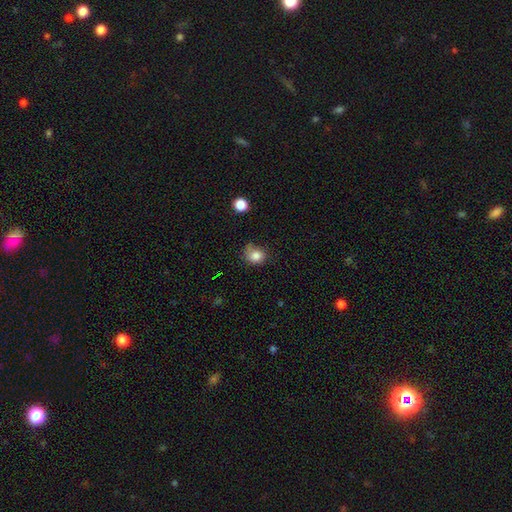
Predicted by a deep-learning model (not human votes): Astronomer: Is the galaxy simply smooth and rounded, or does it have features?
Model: smooth — 83%.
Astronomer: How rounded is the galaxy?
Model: round — 69%.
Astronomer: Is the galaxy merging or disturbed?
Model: none — 53% (runner-up: minor disturbance, 31%).